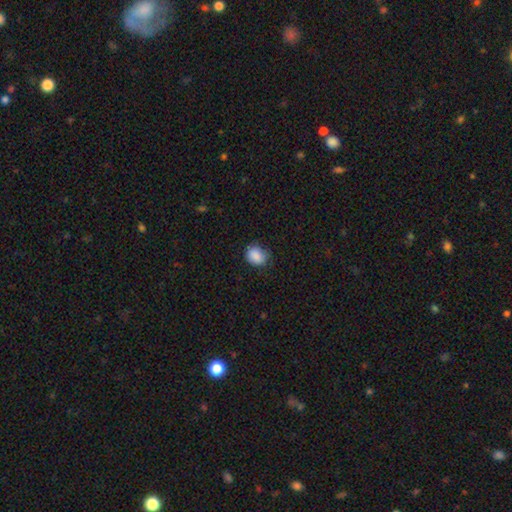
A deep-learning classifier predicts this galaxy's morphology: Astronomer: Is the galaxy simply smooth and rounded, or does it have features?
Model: smooth — 88%.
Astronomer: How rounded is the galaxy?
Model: round — 56% (runner-up: in between, 43%).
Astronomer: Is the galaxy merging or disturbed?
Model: none — 75%.